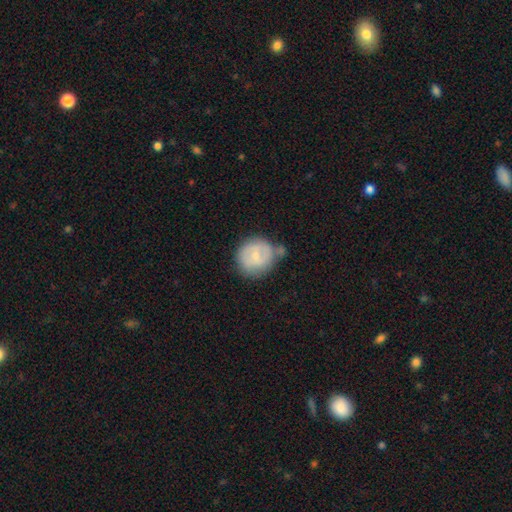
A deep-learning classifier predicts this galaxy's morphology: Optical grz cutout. It shows a smooth galaxy with no disk features (56%) that is round (84%). Merging: none (51%).